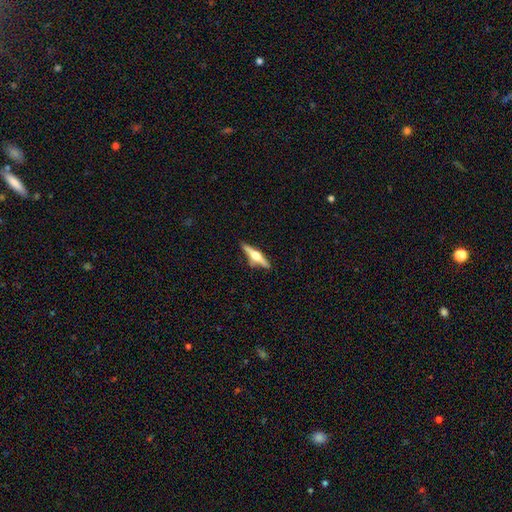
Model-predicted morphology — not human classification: This appears to be a featured or disk galaxy (67%) viewed edge-on (97%) with a rounded central bulge (95%). Merging: none (83%).